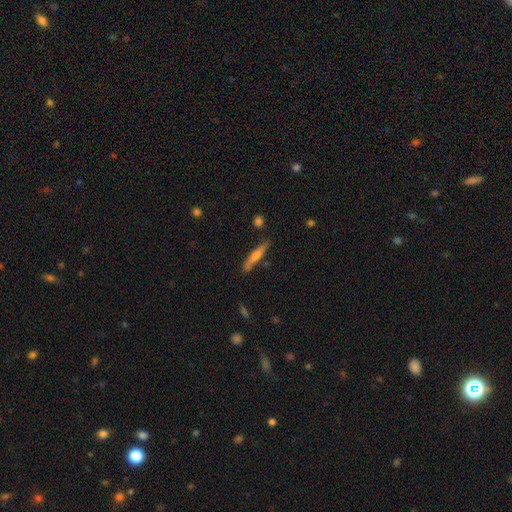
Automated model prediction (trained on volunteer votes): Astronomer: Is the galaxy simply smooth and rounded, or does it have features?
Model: smooth — 55% (runner-up: featured or disk, 38%).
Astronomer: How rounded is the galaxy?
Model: cigar-shaped — 91%.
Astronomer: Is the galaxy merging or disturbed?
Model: none — 83%.